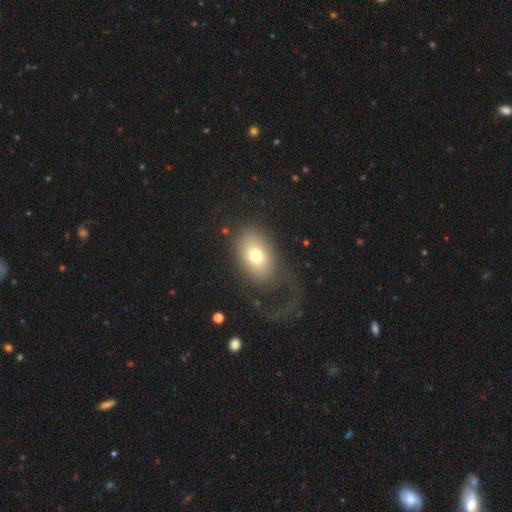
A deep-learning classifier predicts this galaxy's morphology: A smooth galaxy with no disk features (72%) that is in between round and cigar-shaped (83%). Merging: none (52%).